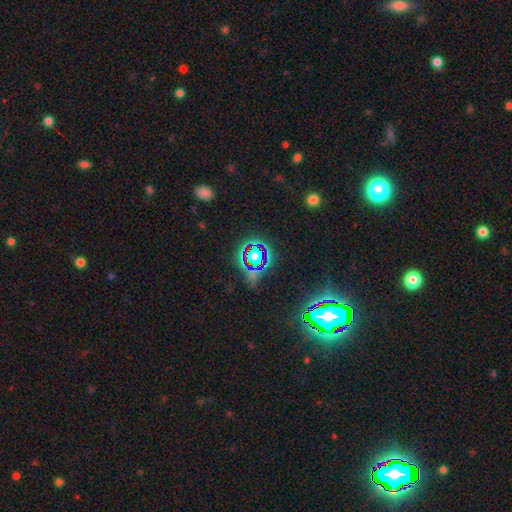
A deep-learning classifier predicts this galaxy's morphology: Overall: star or artifact (79%).